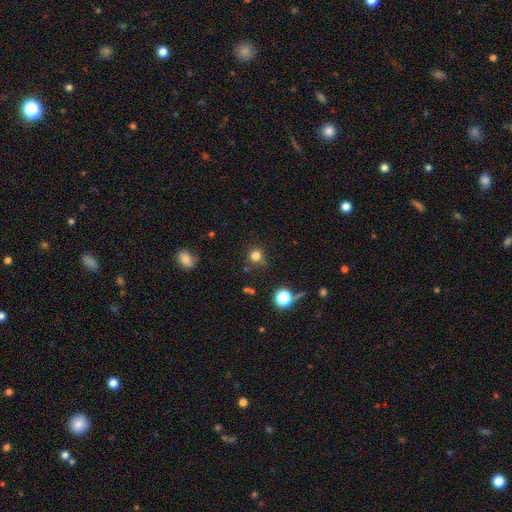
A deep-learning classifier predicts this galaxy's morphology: This appears to be a smooth galaxy with no disk features (78%) that is round (91%). Merging: none (77%).